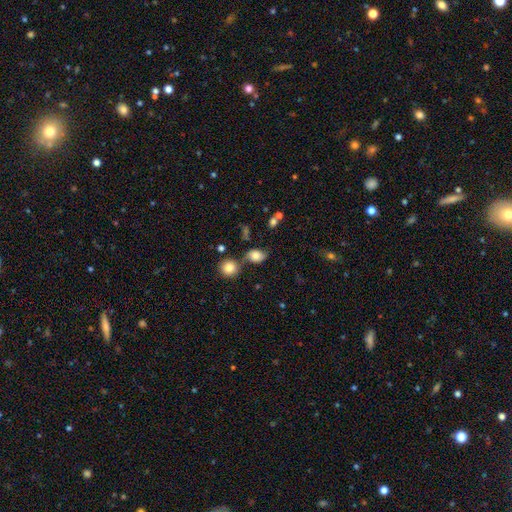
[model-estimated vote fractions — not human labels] Morphology: type=smooth (74%); roundness=in between (67%); merging=none (57%).